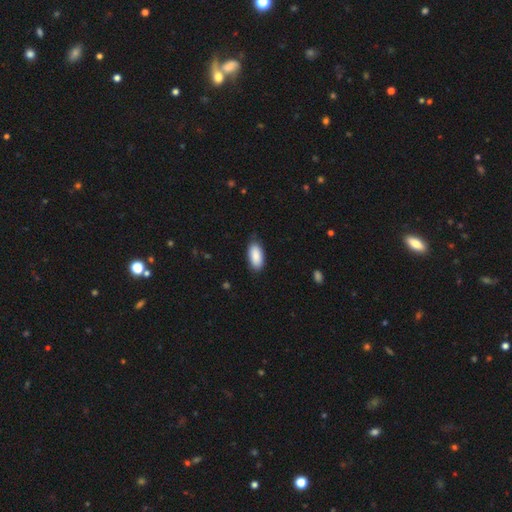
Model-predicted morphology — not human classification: A smooth galaxy with no disk features (89%) that is in between round and cigar-shaped (92%). Merging: none (80%).